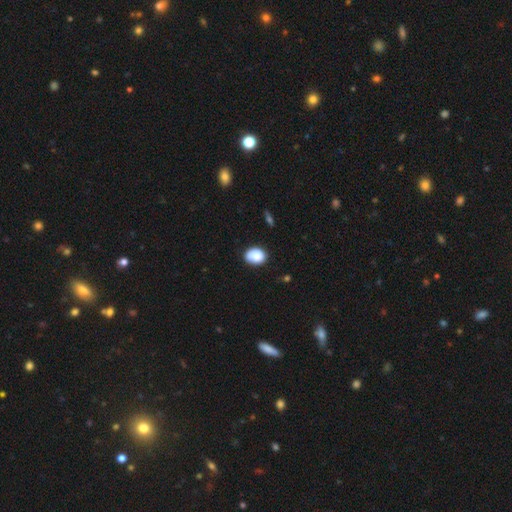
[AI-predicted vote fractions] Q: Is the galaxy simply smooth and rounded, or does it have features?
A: smooth — 88%.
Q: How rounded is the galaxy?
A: in between — 67%.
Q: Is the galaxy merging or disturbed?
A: none — 78%.